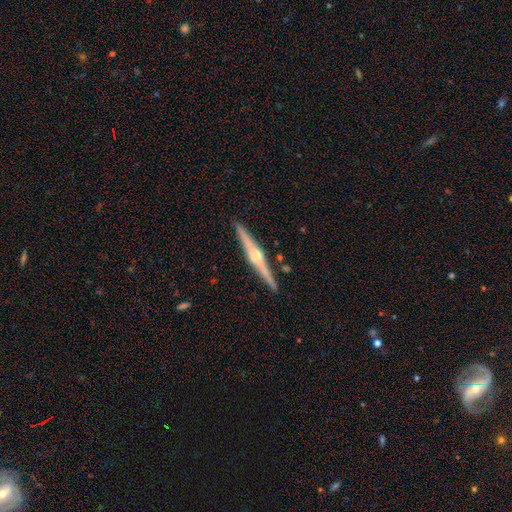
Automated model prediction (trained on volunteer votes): A featured or disk galaxy (83%) viewed edge-on (98%) with a rounded central bulge (92%).

Vote fractions:
- Smooth or featured? featured or disk: 83% / smooth: 12% / star or artifact: 5%
- Edge-on disk? yes: 98% / no: 2%
- Edge-on bulge? rounded: 92% / boxy: 4% / none: 3%
- Merging? none: 91% / minor disturbance: 6% / merger: 1% / major disturbance: 1%